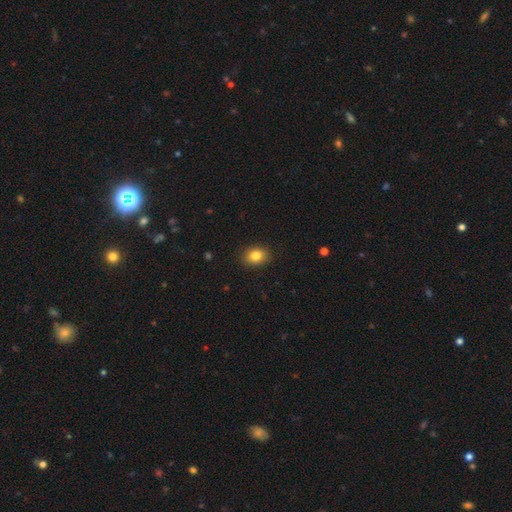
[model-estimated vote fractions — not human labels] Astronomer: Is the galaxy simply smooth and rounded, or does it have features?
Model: smooth — 83%.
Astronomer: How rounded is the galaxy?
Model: in between — 62%.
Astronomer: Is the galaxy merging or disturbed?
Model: none — 88%.